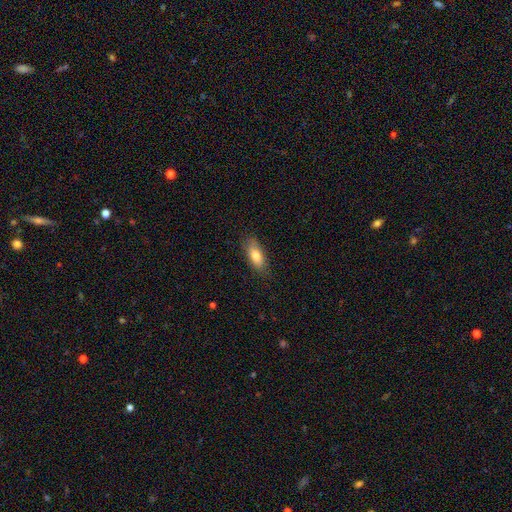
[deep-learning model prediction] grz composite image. It shows a smooth galaxy with no disk features (78%) that is in between round and cigar-shaped (80%). Merging: none (79%).